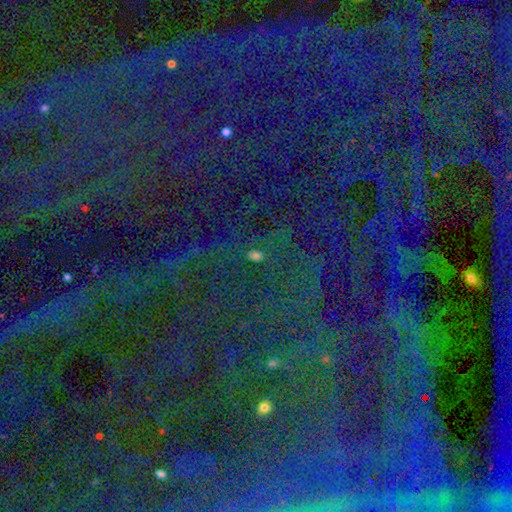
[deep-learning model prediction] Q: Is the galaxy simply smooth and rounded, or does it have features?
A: star or artifact — 55%.